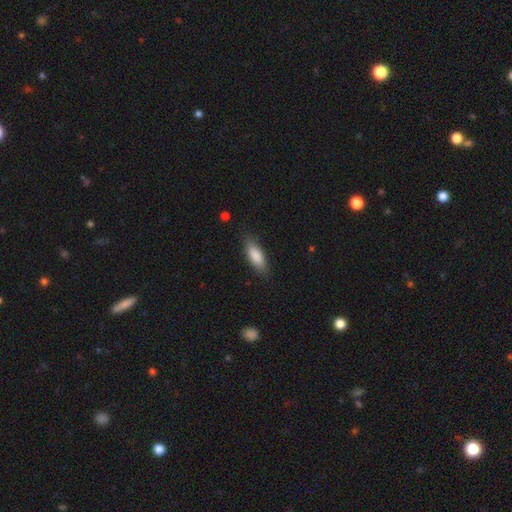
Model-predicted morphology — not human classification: This is clearly a smooth galaxy (84%). How rounded: likely in between (67%). Merging: clearly none (82%).